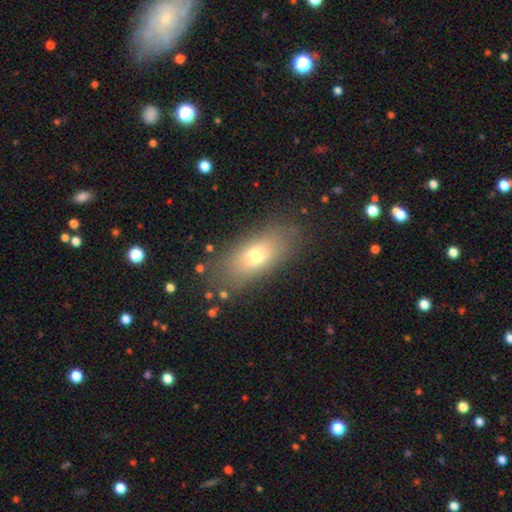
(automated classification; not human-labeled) This appears to be a smooth galaxy with no disk features (69%) that is in between round and cigar-shaped (77%). Merging: none (81%).